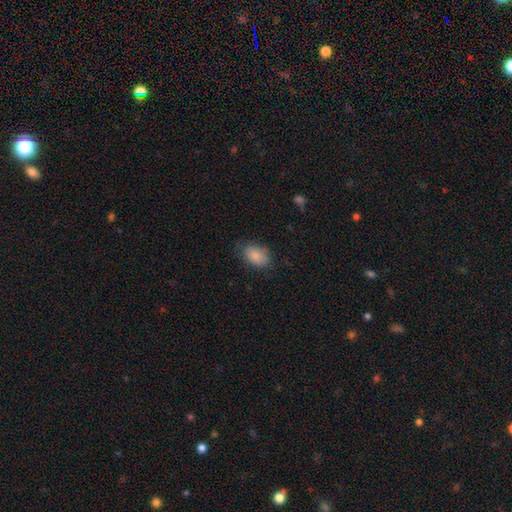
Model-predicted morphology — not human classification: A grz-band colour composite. It shows a smooth galaxy with no disk features (87%) that is in between round and cigar-shaped (85%). Merging: none (76%).